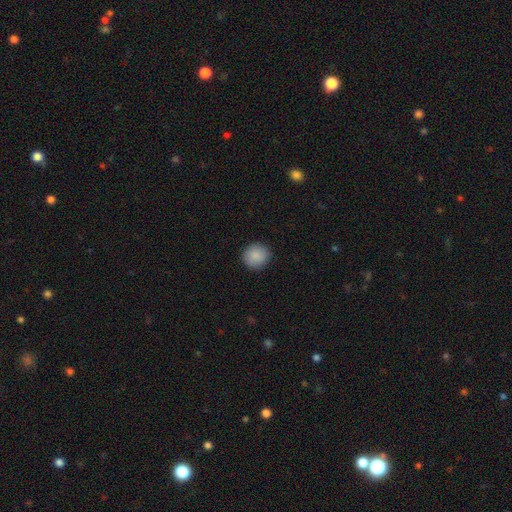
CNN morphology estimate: Smooth or featured? smooth (89%)
How rounded? round (91%)
Merging? none (90%)